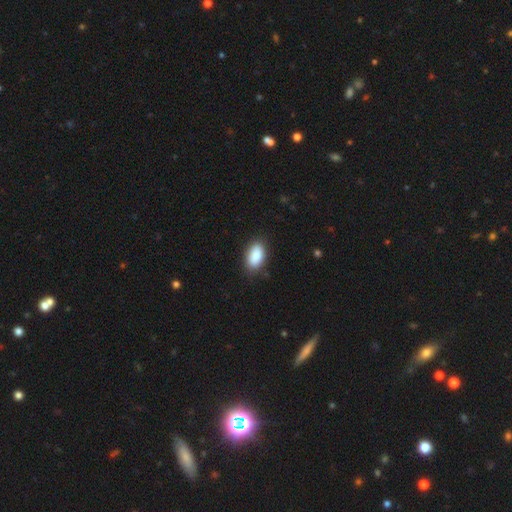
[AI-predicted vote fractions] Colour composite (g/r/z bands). It shows a smooth galaxy with no disk features (90%) that is in between round and cigar-shaped (93%). Merging: none (85%).